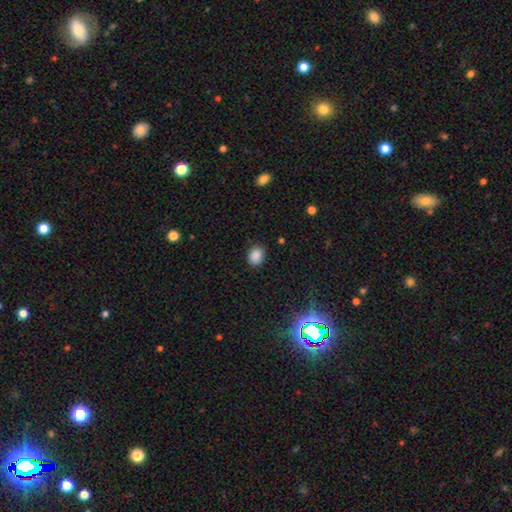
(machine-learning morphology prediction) Overall: smooth (87%). How rounded: in between (54%; round 45%). Merging: none (87%).